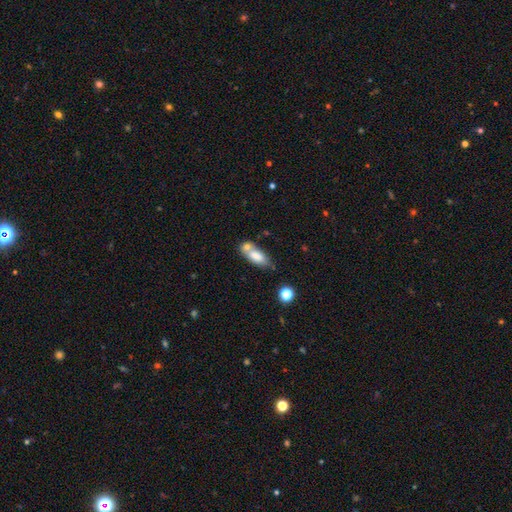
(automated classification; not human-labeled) A smooth galaxy with no disk features (75%) that is in between round and cigar-shaped (78%).

Vote fractions:
- Smooth or featured? smooth: 75% / featured or disk: 17% / star or artifact: 8%
- How rounded? in between: 78% / cigar-shaped: 18% / round: 4%
- Merging? none: 43% / merger: 35% / minor disturbance: 16% / major disturbance: 6%